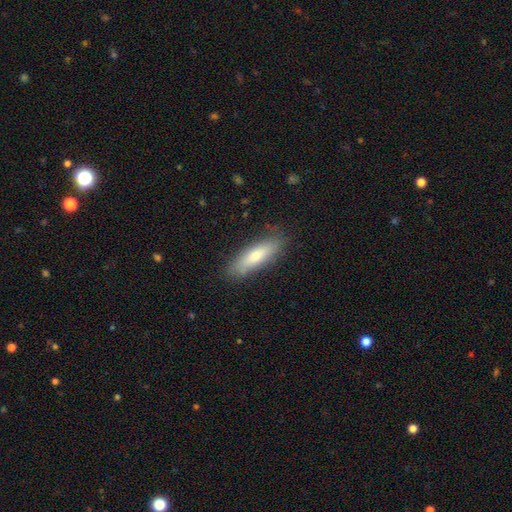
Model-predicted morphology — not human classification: Smooth or featured: smooth — 71% (featured or disk — 23%)
How rounded: cigar-shaped — 62% (in between — 37%)
Merging: none — 85% (minor disturbance — 12%)